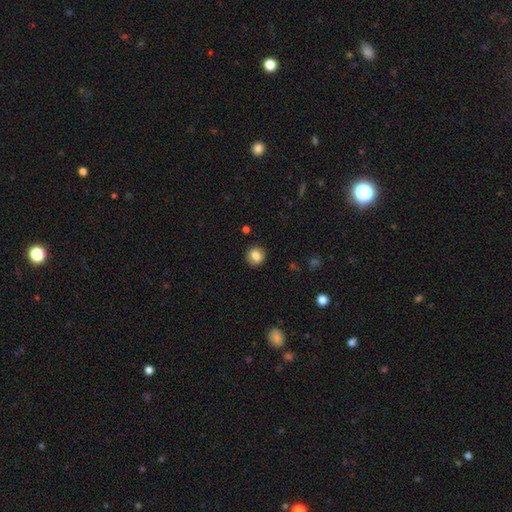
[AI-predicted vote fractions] This is clearly a smooth galaxy (81%). How rounded: likely round (79%). Merging: clearly none (88%).